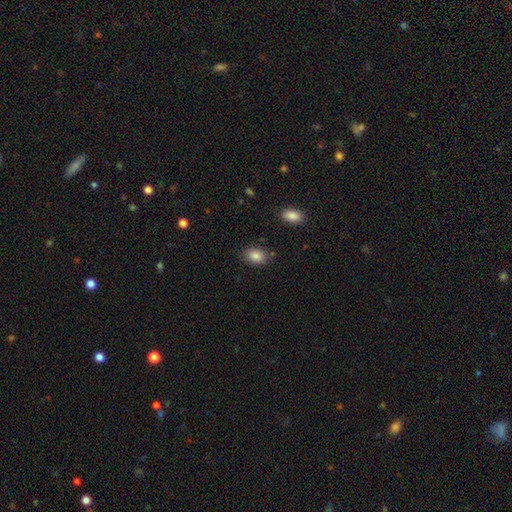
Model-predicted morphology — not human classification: smooth 86%, star or artifact 8%, featured or disk 6%. Down the decision tree: how rounded — in between (81%); merging — none (82%).